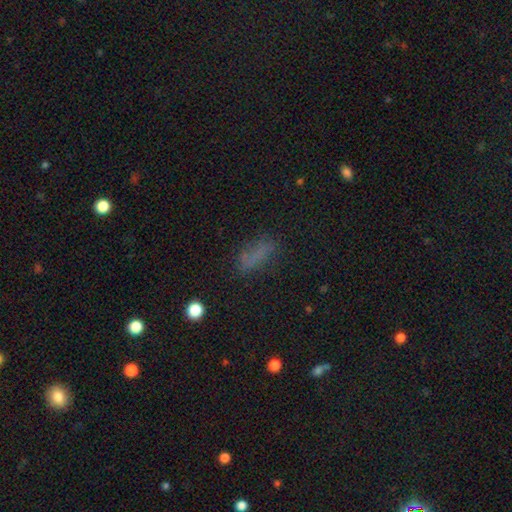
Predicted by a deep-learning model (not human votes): Smooth or featured? Predicted: smooth (p=0.67). How rounded? Predicted: in between (p=0.59). Merging? Predicted: none (p=0.66).